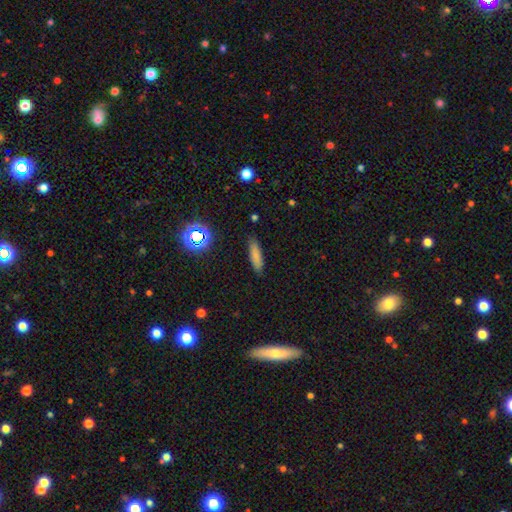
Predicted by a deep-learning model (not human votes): smooth_or_featured: smooth (p=0.79) [alt: star or artifact p=0.12]
how_rounded: cigar-shaped (p=0.70) [alt: in between p=0.28]
merging: none (p=0.86) [alt: minor disturbance p=0.10]